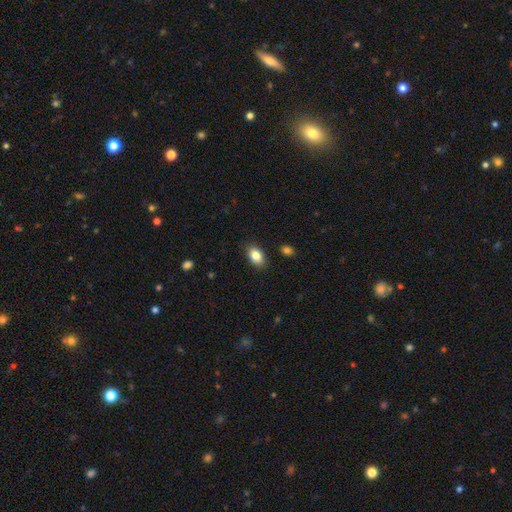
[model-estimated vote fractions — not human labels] The model was most divided on "smooth or featured": smooth: 85%, star or artifact: 8%, featured or disk: 7%. More confident: how rounded — in between (88%); merging — none (88%).